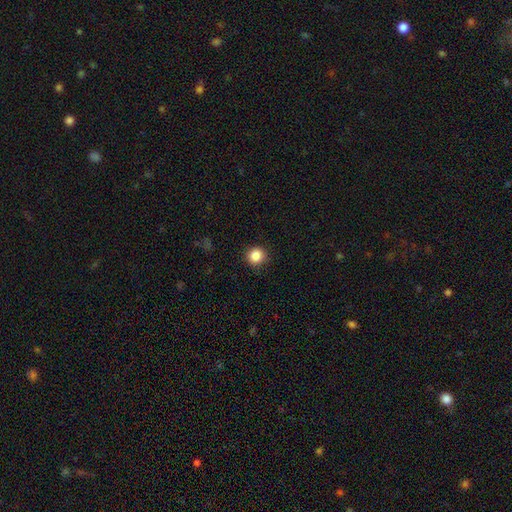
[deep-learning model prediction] Smooth or featured?
  - smooth: 86% *
  - star or artifact: 10%
  - featured or disk: 4%
How rounded?
  - round: 94% *
  - in between: 5%
  - cigar-shaped: 1%
Merging?
  - none: 90% *
  - minor disturbance: 7%
  - major disturbance: 2%
  - merger: 1%